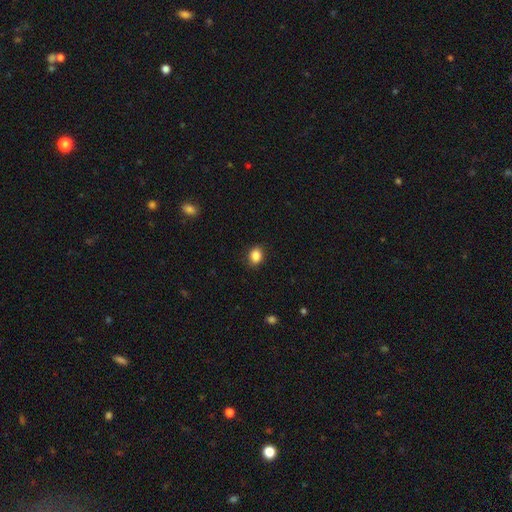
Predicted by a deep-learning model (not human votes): Smooth or featured? Predicted: smooth (p=0.87). How rounded? Predicted: in between (p=0.54). Merging? Predicted: none (p=0.88).